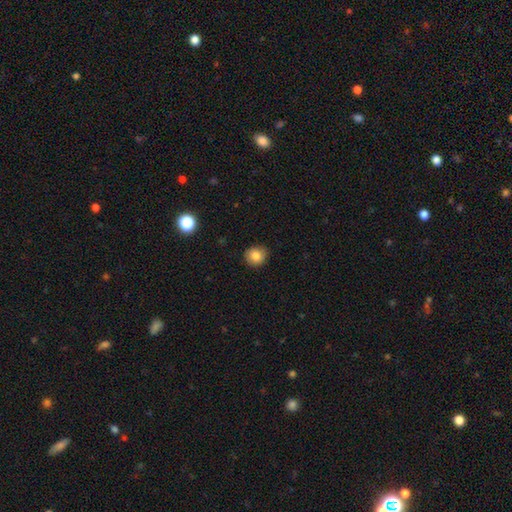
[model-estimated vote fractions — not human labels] A smooth galaxy with no disk features (83%) that is round (81%). Merging: none (87%).